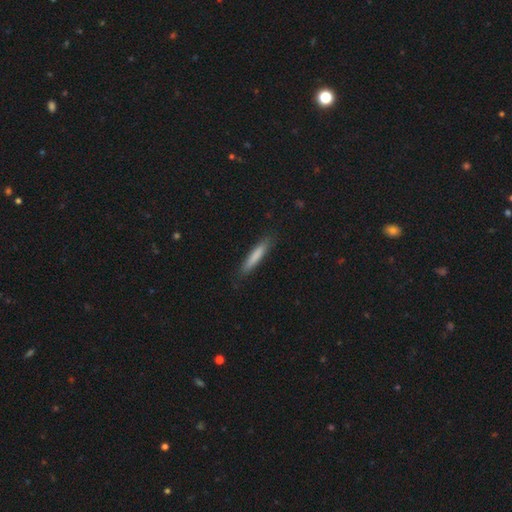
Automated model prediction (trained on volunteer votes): smooth_or_featured: smooth (p=0.79) [alt: featured or disk p=0.15]
how_rounded: cigar-shaped (p=0.91) [alt: in between p=0.08]
merging: none (p=0.86) [alt: minor disturbance p=0.11]